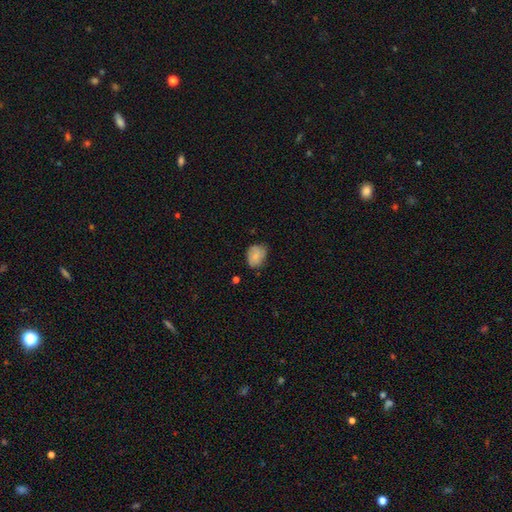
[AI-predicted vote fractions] smooth_or_featured: smooth (p=0.76) [alt: featured or disk p=0.15]
how_rounded: in between (p=0.57) [alt: round p=0.42]
merging: none (p=0.62) [alt: minor disturbance p=0.30]